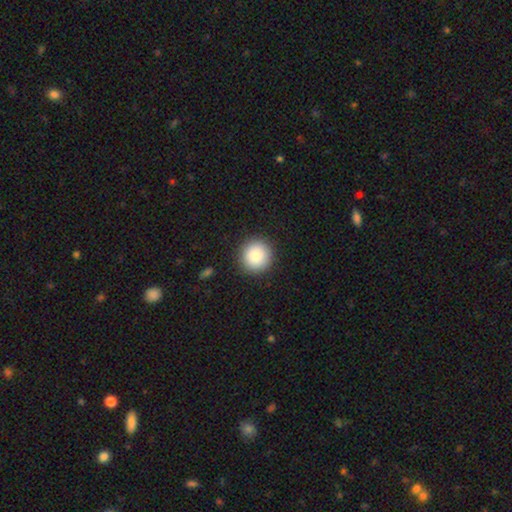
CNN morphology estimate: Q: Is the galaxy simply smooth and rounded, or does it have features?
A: smooth — 85%.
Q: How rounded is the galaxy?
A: round — 94%.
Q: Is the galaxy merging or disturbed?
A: none — 91%.